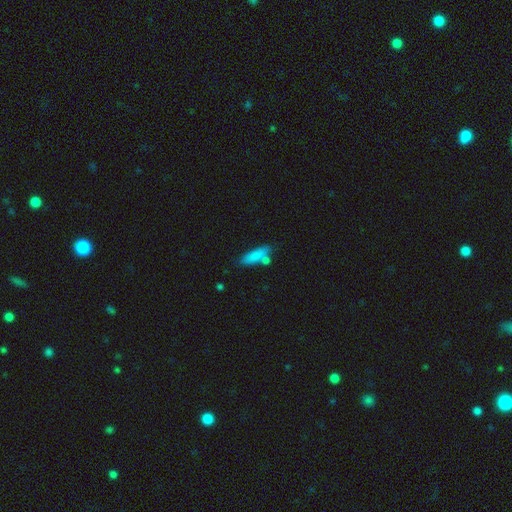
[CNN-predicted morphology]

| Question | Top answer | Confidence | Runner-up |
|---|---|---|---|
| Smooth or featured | smooth | 81% | featured or disk (12%) |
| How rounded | cigar-shaped | 58% | in between (39%) |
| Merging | none | 66% | minor disturbance (16%) |